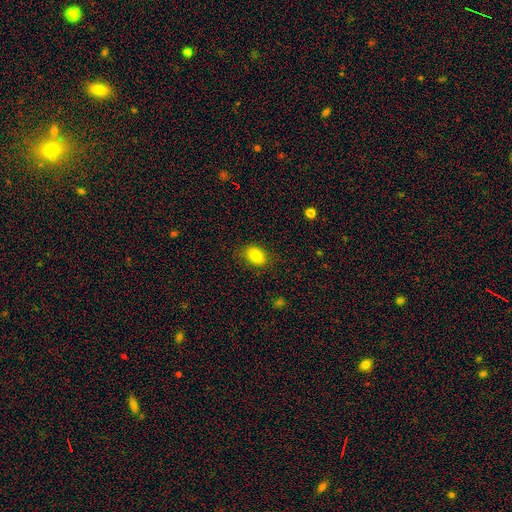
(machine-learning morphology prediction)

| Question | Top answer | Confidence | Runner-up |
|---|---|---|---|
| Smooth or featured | smooth | 82% | star or artifact (9%) |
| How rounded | in between | 80% | round (19%) |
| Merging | none | 81% | minor disturbance (14%) |